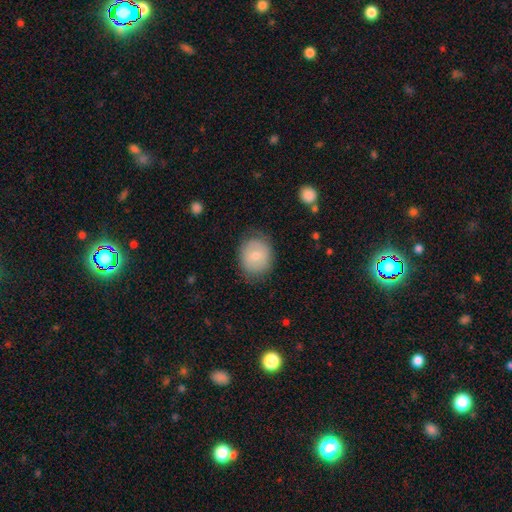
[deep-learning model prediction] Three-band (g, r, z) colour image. It shows a smooth galaxy with no disk features (70%) that is round (68%). Merging: none (77%).